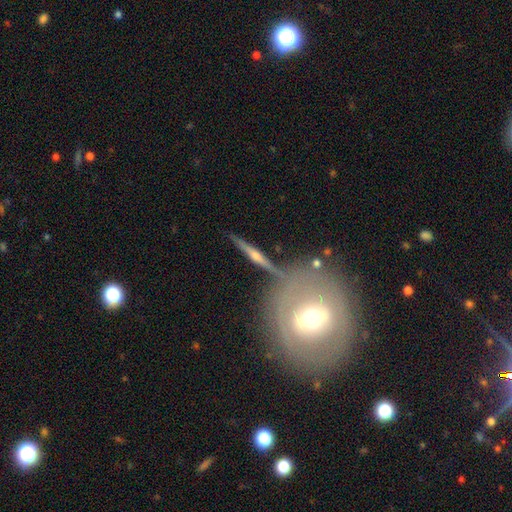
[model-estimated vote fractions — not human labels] featured or disk 75%, smooth 17%, star or artifact 8%. Down the decision tree: edge-on disk — yes (94%); edge-on bulge — rounded (85%); merging — none (79%).